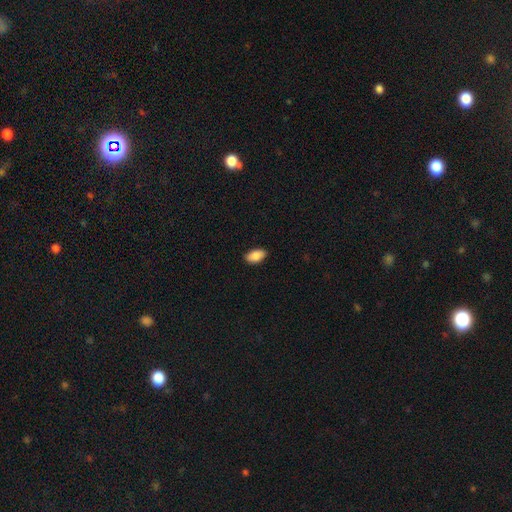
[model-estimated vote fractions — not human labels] smooth 86%, featured or disk 7%, star or artifact 7%. Down the decision tree: how rounded — in between (94%); merging — none (88%).